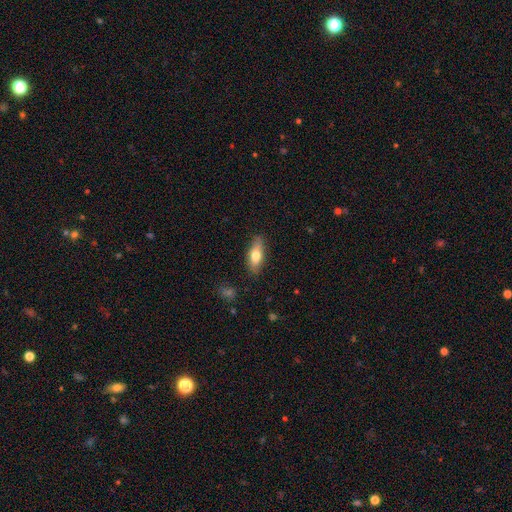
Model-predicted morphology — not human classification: Smooth or featured?
  - smooth: 68% *
  - featured or disk: 26%
  - star or artifact: 7%
How rounded?
  - in between: 66% *
  - cigar-shaped: 31%
  - round: 3%
Merging?
  - none: 83% *
  - minor disturbance: 13%
  - major disturbance: 3%
  - merger: 1%